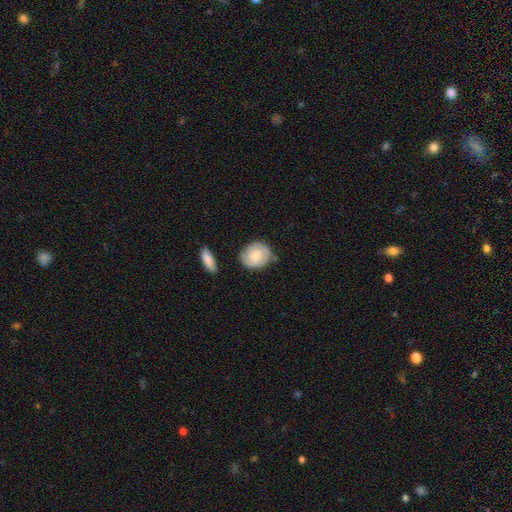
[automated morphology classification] Overall: smooth (67%). How rounded: round (67%; in between 32%). Merging: none (72%).